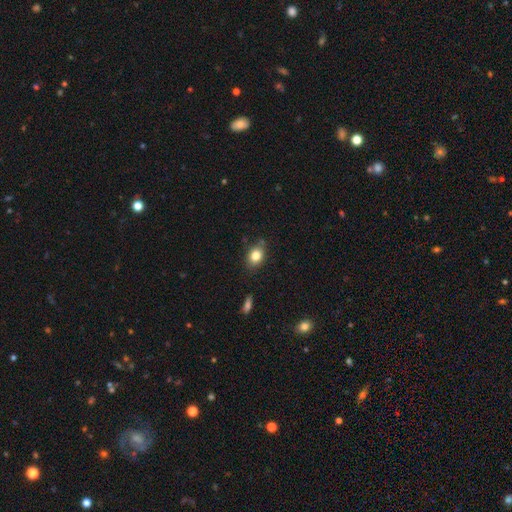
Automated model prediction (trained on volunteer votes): Overall: smooth (82%). How rounded: in between (65%; round 34%). Merging: none (79%).